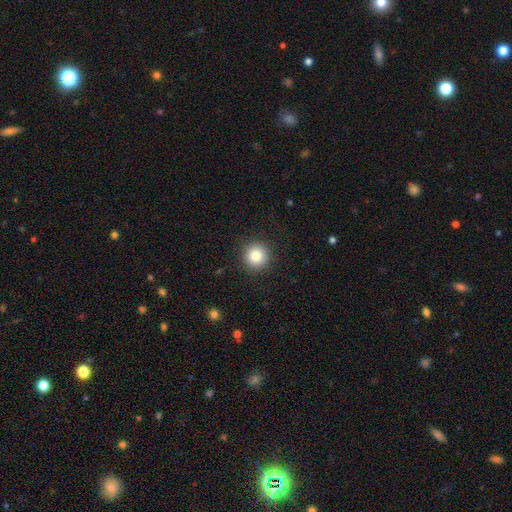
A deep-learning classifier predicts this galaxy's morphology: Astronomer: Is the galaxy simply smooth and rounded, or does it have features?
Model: smooth — 82%.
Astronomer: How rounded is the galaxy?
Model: round — 95%.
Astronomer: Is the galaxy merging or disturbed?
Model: none — 91%.